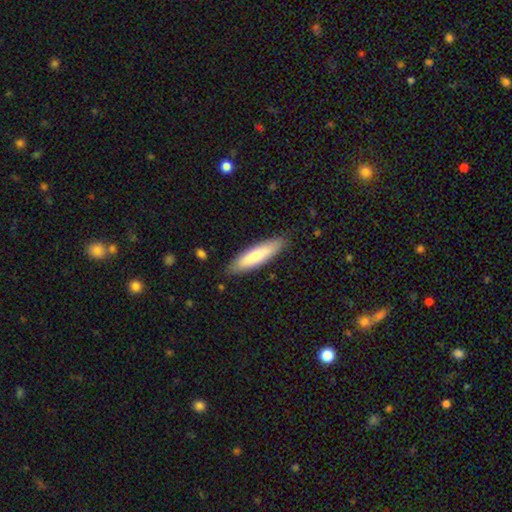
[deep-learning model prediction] This is likely a smooth galaxy (75%). How rounded: likely cigar-shaped (71%). Merging: clearly none (87%).